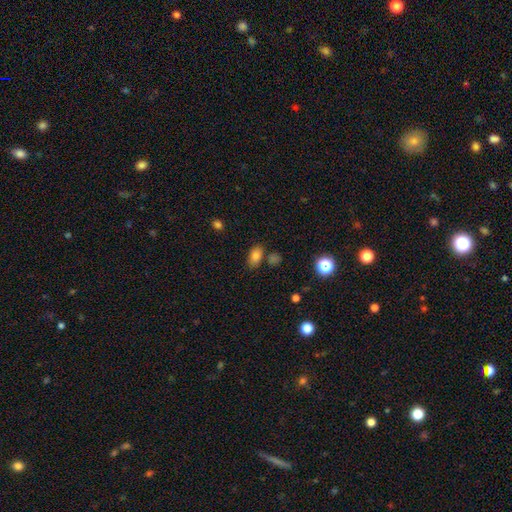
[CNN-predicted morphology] Smooth or featured? smooth (81%)
How rounded? in between (86%)
Merging? none (69%)